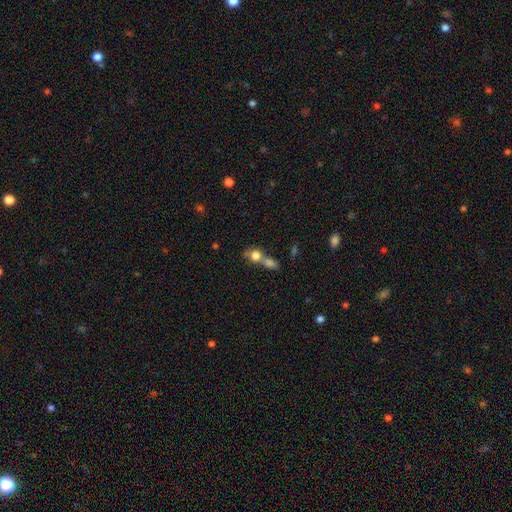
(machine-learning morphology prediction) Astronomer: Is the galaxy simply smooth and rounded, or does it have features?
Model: smooth — 75%.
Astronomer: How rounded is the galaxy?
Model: round — 63%.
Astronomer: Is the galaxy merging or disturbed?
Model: merger — 63%.